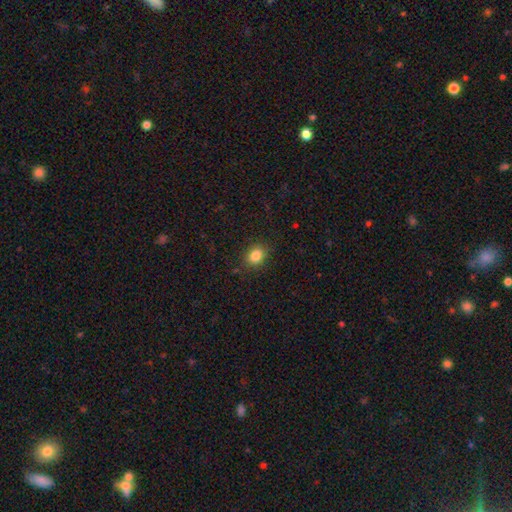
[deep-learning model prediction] smooth-or-featured: smooth: 85% | star or artifact: 10% | featured or disk: 5%
  how-rounded: in between: 56% | round: 43% | cigar-shaped: 1%
  merging: none: 85% | minor disturbance: 10% | major disturbance: 3% | merger: 1%